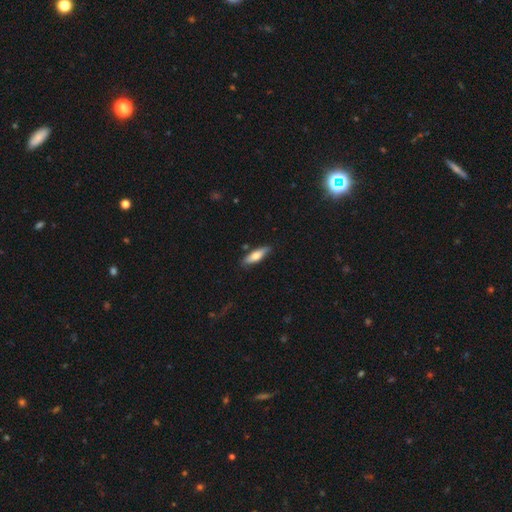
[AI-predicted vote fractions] A smooth galaxy with no disk features (69%) that is cigar-shaped (55%). Merging: none (82%).